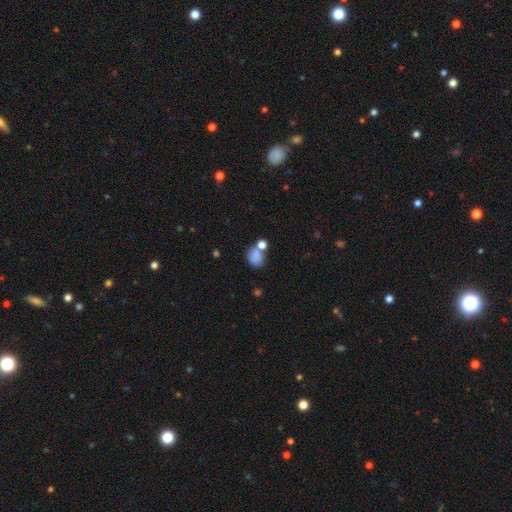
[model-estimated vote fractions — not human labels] This appears to be a smooth galaxy with no disk features (77%) that is round (50%). Merging: none (44%).